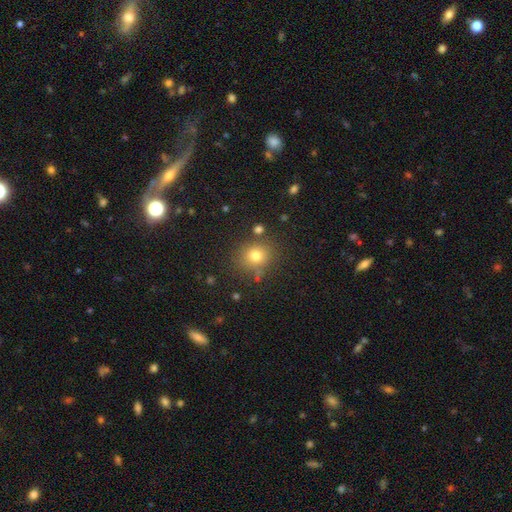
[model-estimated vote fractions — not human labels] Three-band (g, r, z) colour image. It shows a smooth galaxy with no disk features (75%) that is round (80%). Merging: none (78%).